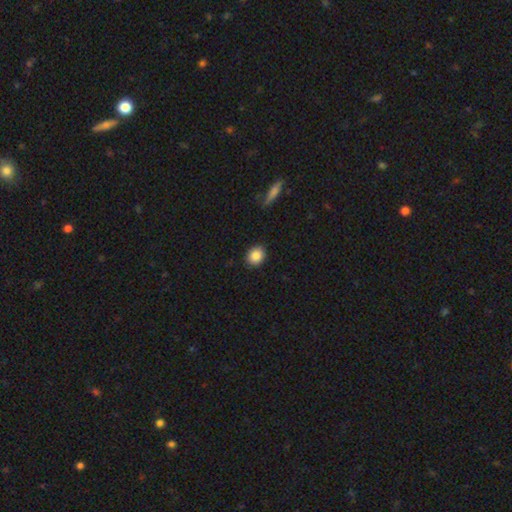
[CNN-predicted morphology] A smooth galaxy with no disk features (87%) that is round (61%). Merging: none (89%).